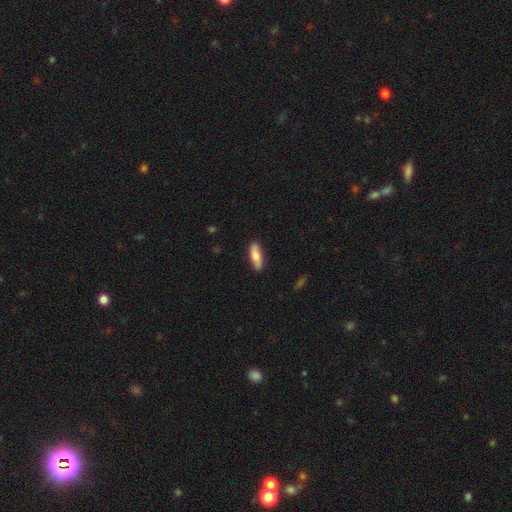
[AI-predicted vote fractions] Smooth or featured? smooth (71%)
How rounded? in between (56%)
Merging? none (86%)